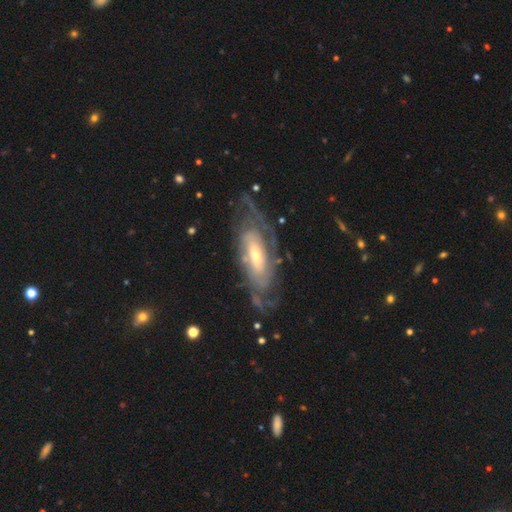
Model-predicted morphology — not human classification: Overall: featured or disk (83%). Edge-on disk: no (90%). Bar: no (47%; weak 35%). Spiral arms: yes (90%). Spiral arm count: can't tell (44%; 2 31%). Spiral winding: tight (56%; medium 31%). Bulge size: moderate (52%; small 32%). Merging: none (62%).